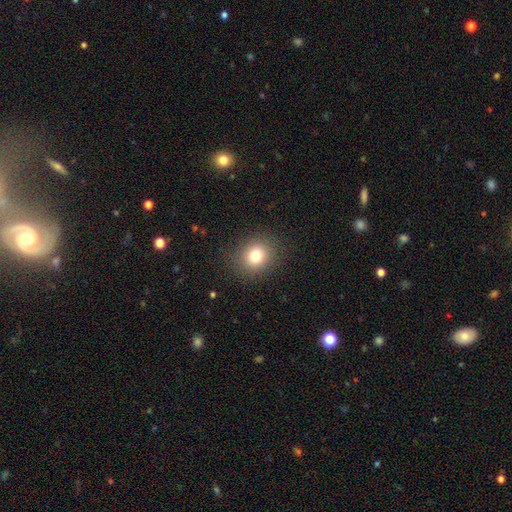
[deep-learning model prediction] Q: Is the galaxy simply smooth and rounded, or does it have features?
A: smooth — 78%.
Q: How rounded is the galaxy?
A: round — 77%.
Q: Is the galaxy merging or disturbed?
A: none — 88%.